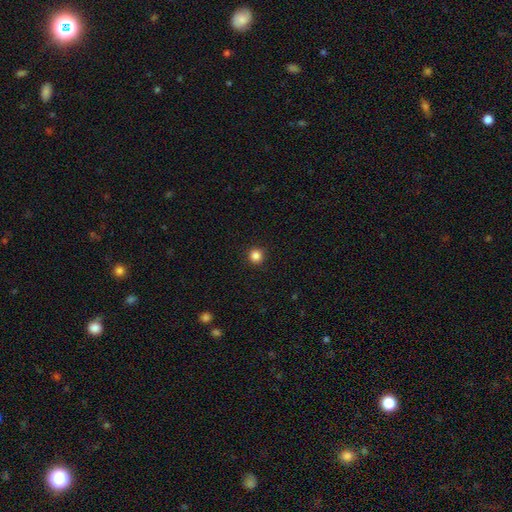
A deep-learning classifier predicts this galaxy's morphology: Smooth or featured? smooth (85%)
How rounded? round (96%)
Merging? none (93%)